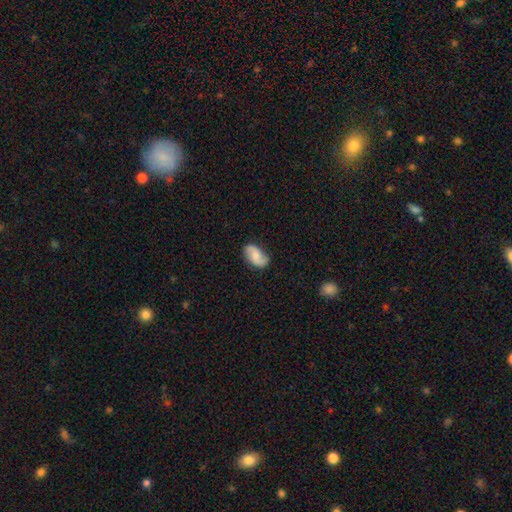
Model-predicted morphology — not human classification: The model was most divided on "bulge size": moderate: 45%, small: 37%, none: 11%, large: 5%, dominant: 2%. More confident: edge-on disk — no (97%); spiral arms — yes (92%); spiral arm count — 2 (90%); merging — none (78%); bar — no (60%); smooth or featured — featured or disk (58%); spiral winding — loose (54%).